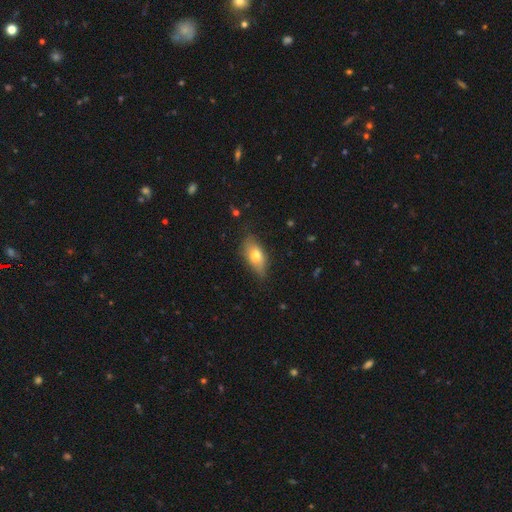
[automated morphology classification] Smooth or featured: smooth — 67% (featured or disk — 25%)
How rounded: in between — 84% (cigar-shaped — 10%)
Merging: none — 74% (minor disturbance — 21%)